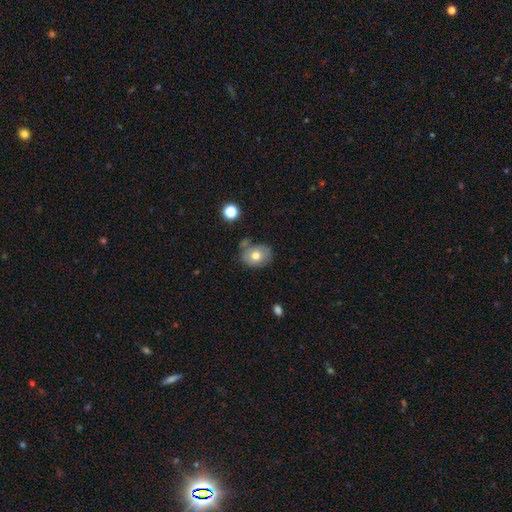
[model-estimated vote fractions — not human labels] Smooth or featured? Predicted: smooth (p=0.68). How rounded? Predicted: round (p=0.50). Merging? Predicted: none (p=0.60).